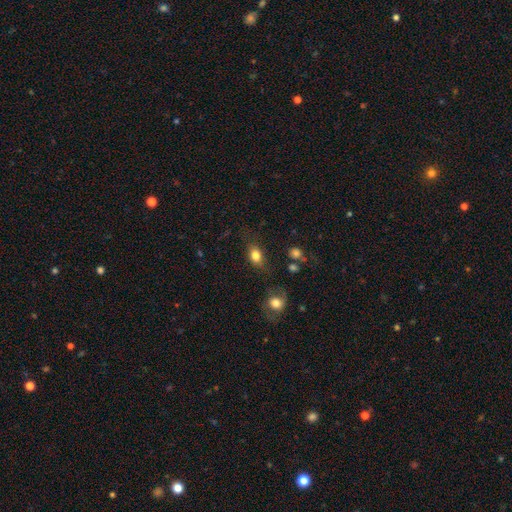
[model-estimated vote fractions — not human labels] Smooth or featured? Predicted: smooth (p=0.81). How rounded? Predicted: in between (p=0.72). Merging? Predicted: none (p=0.71).